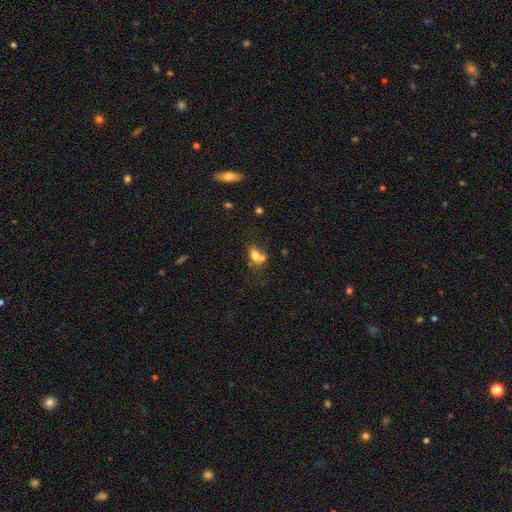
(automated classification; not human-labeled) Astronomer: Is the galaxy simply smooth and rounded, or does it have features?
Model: smooth — 69%.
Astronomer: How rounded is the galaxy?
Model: in between — 68%.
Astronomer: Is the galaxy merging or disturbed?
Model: merger — 47% (runner-up: none, 29%).